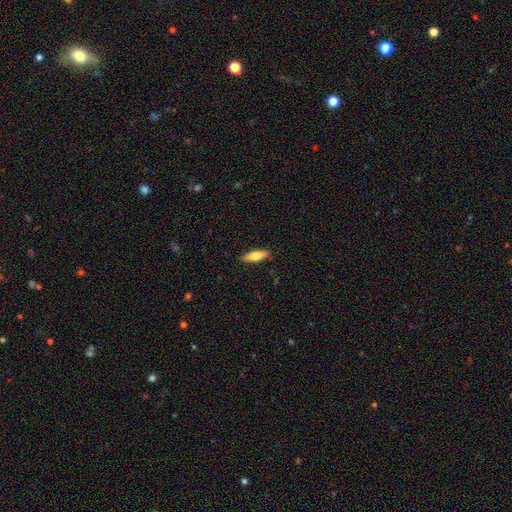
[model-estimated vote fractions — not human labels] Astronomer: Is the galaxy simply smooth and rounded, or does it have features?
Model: smooth — 72%.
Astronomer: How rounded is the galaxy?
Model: in between — 51% (runner-up: cigar-shaped, 47%).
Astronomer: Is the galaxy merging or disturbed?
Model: none — 89%.